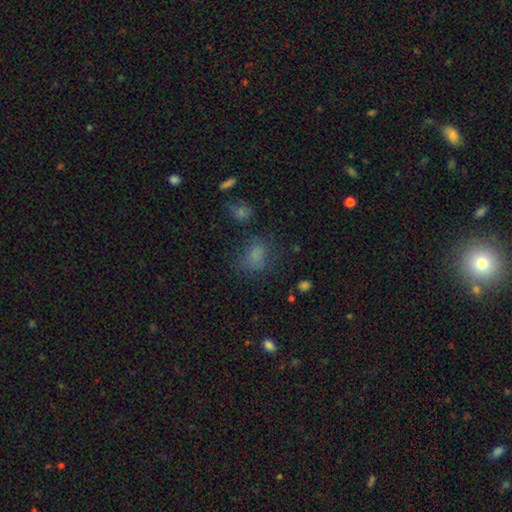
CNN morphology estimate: Q: Smooth or featured?
A: smooth (68%); runner-up: star or artifact (19%)
Q: How rounded?
A: in between (64%); runner-up: round (34%)
Q: Merging?
A: none (52%); runner-up: minor disturbance (23%)